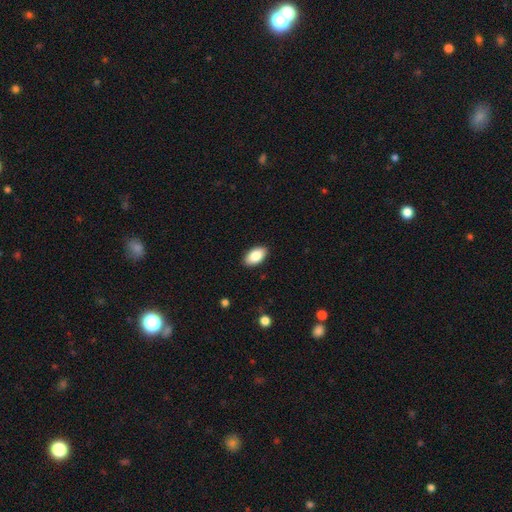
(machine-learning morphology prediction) Smooth or featured? smooth (86%)
How rounded? in between (94%)
Merging? none (89%)